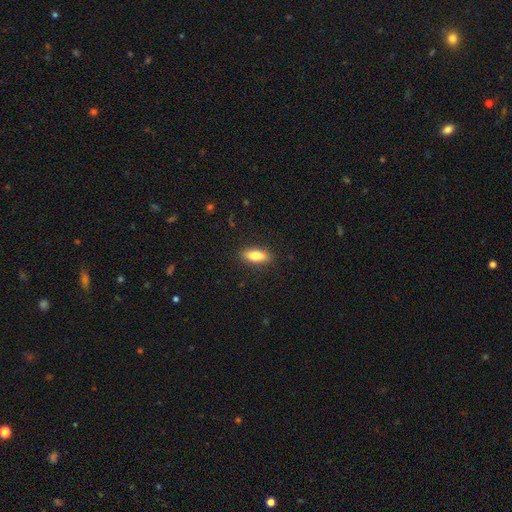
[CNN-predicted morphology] Smooth or featured? smooth (79%)
How rounded? in between (71%)
Merging? none (87%)